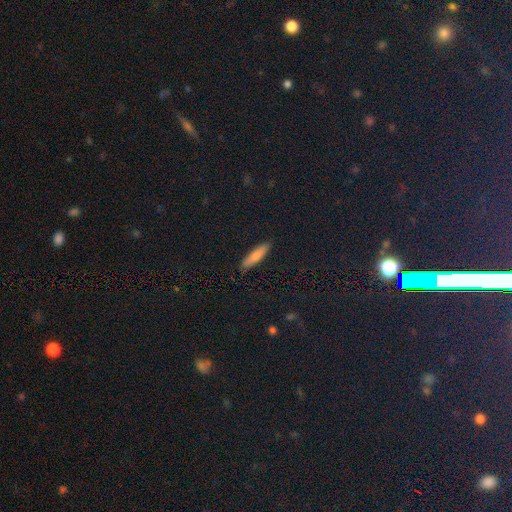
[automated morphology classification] Smooth or featured? Predicted: smooth (p=0.79). How rounded? Predicted: cigar-shaped (p=0.74). Merging? Predicted: none (p=0.88).